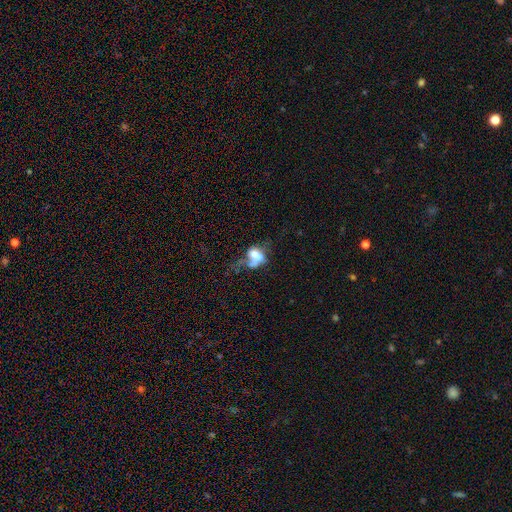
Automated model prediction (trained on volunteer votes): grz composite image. It shows a smooth galaxy with no disk features (46%). Merging: merger (39%).